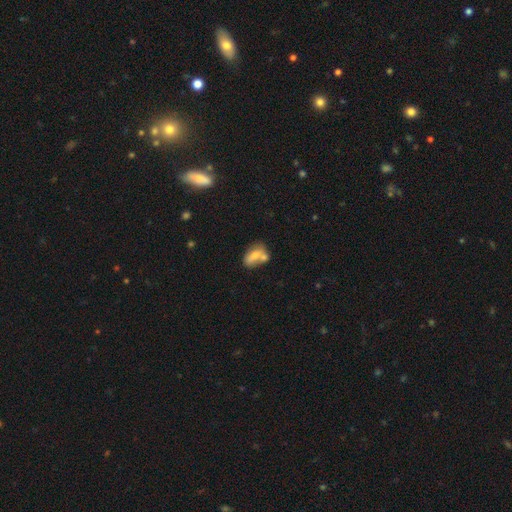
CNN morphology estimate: smooth-or-featured: smooth: 67% | featured or disk: 24% | star or artifact: 9%
  how-rounded: in between: 84% | round: 11% | cigar-shaped: 5%
  merging: merger: 43% | none: 35% | minor disturbance: 15% | major disturbance: 7%